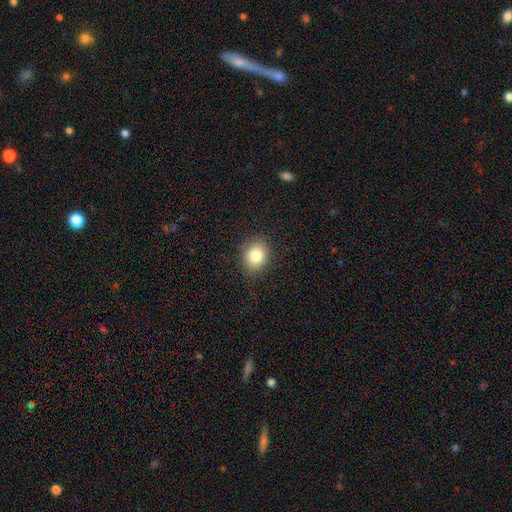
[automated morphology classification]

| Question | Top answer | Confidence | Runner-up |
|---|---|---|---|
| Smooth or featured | smooth | 83% | star or artifact (10%) |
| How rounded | round | 52% | in between (47%) |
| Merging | none | 86% | minor disturbance (10%) |